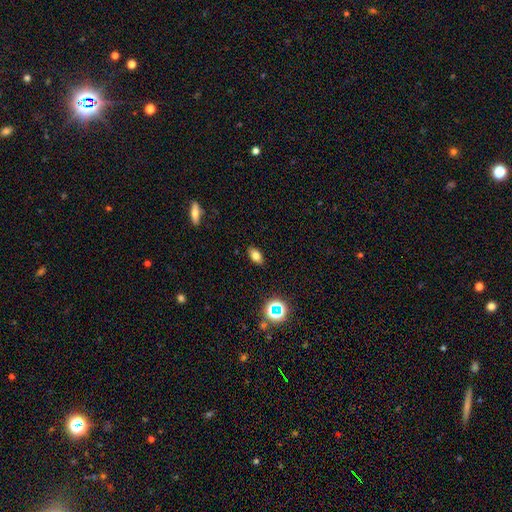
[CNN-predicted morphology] A smooth galaxy with no disk features (73%) that is in between round and cigar-shaped (86%).

Vote fractions:
- Smooth or featured? smooth: 73% / star or artifact: 14% / featured or disk: 13%
- How rounded? in between: 86% / round: 9% / cigar-shaped: 5%
- Merging? none: 88% / minor disturbance: 9% / major disturbance: 2% / merger: 1%